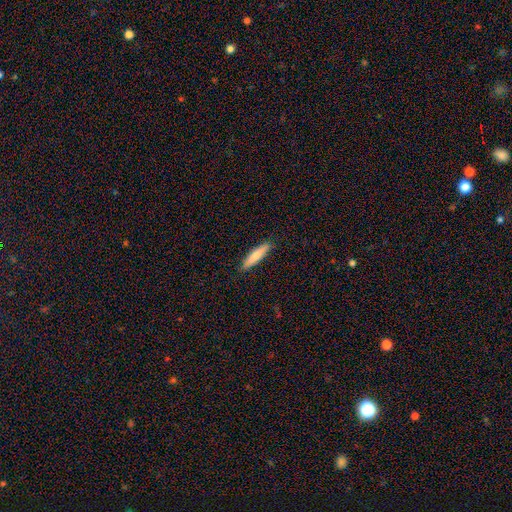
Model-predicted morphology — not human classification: Smooth or featured?
  - smooth: 79% *
  - featured or disk: 16%
  - star or artifact: 5%
How rounded?
  - cigar-shaped: 85% *
  - in between: 14%
  - round: 1%
Merging?
  - none: 89% *
  - minor disturbance: 8%
  - major disturbance: 2%
  - merger: 1%